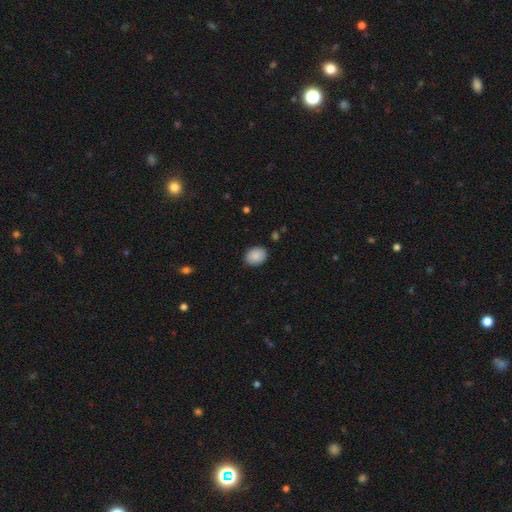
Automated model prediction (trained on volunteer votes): smooth 89%, star or artifact 7%, featured or disk 4%. Down the decision tree: how rounded — in between (59%); merging — none (87%).